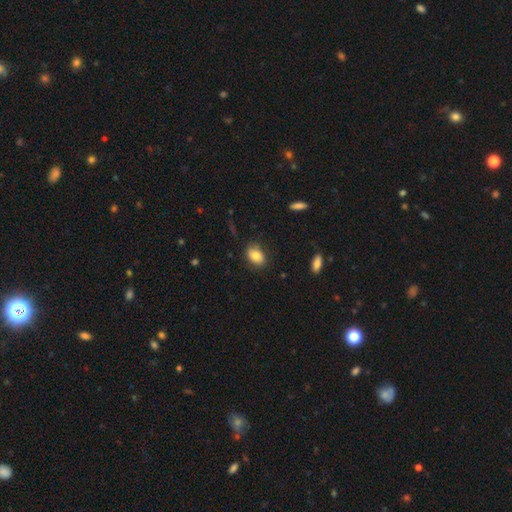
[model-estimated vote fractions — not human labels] smooth 81%, featured or disk 11%, star or artifact 8%. Down the decision tree: how rounded — in between (82%); merging — none (79%).